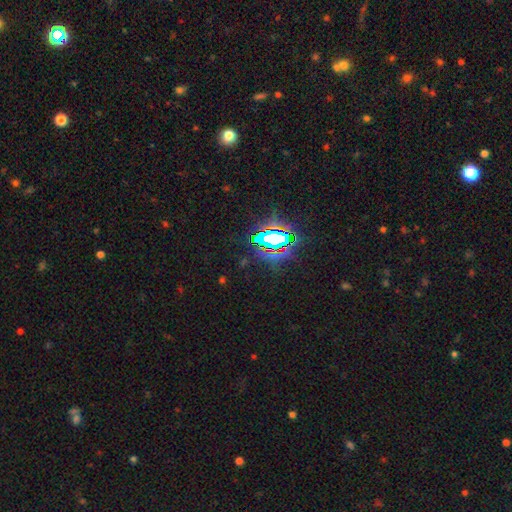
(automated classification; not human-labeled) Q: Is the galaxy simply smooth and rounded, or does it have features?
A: star or artifact — 82%.